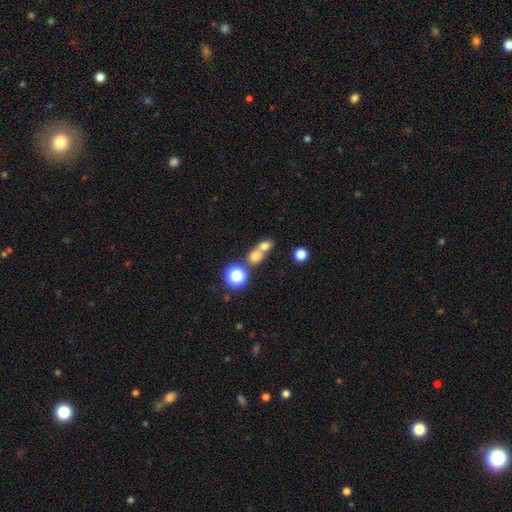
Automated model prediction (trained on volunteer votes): Smooth or featured? smooth (69%)
How rounded? round (70%)
Merging? merger (59%)